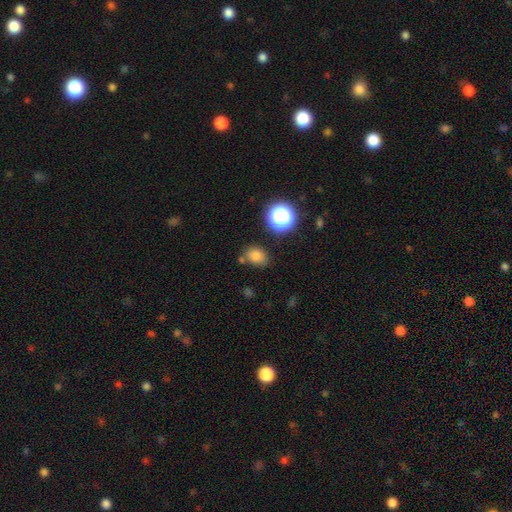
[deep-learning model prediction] Morphology: type=smooth (78%); roundness=in between (54%); merging=none (72%).